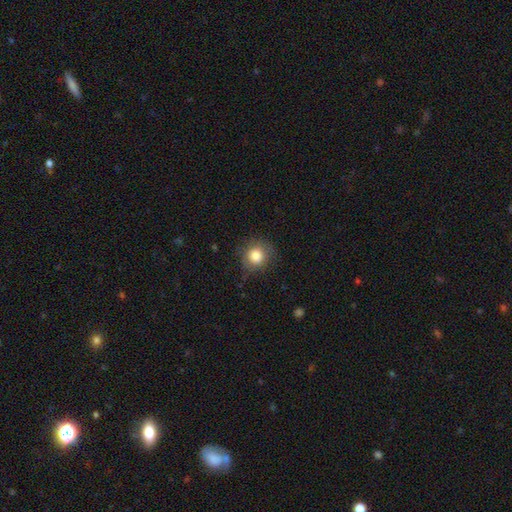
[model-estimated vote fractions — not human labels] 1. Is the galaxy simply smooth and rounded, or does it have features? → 82% smooth, 10% star or artifact, 8% featured or disk.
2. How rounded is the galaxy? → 89% round, 10% in between, 1% cigar-shaped.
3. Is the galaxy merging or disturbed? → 78% none, 16% minor disturbance, 5% major disturbance, 1% merger.